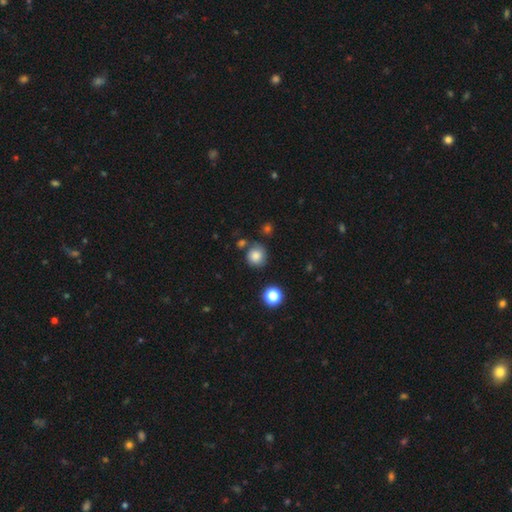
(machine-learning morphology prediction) smooth_or_featured: smooth (p=0.81) [alt: star or artifact p=0.12]
how_rounded: round (p=0.88) [alt: in between p=0.11]
merging: none (p=0.74) [alt: minor disturbance p=0.15]